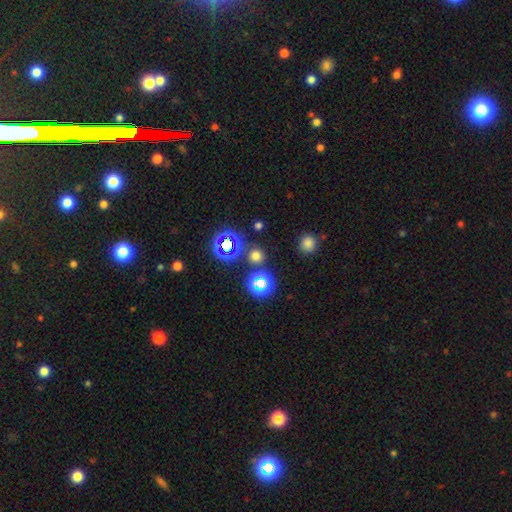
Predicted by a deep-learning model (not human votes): Overall: smooth (59%; star or artifact 35%). How rounded: round (89%). Merging: none (81%).